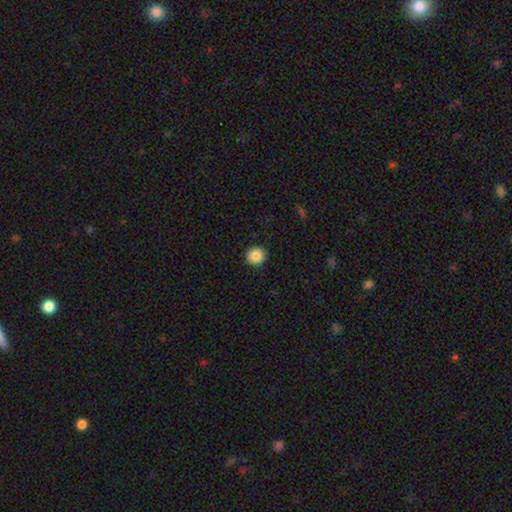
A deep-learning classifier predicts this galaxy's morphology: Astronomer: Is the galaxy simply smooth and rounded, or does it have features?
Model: smooth — 87%.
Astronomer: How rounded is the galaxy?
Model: round — 93%.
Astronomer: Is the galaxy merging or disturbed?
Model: none — 92%.